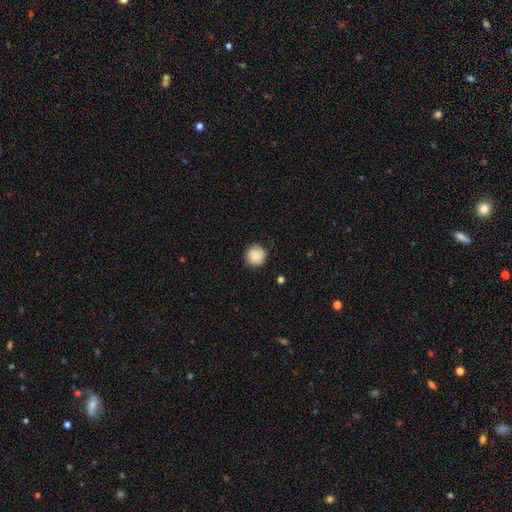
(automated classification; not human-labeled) Overall: smooth (79%). How rounded: round (95%). Merging: none (85%).